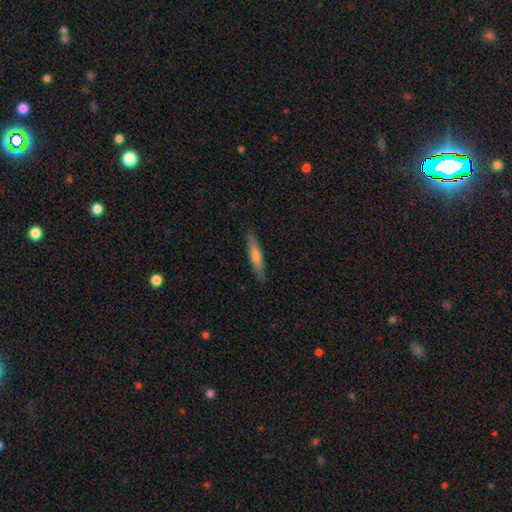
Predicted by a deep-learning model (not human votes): Q: Smooth or featured?
A: smooth (60%); runner-up: featured or disk (35%)
Q: How rounded?
A: cigar-shaped (90%); runner-up: in between (8%)
Q: Merging?
A: none (89%); runner-up: minor disturbance (8%)